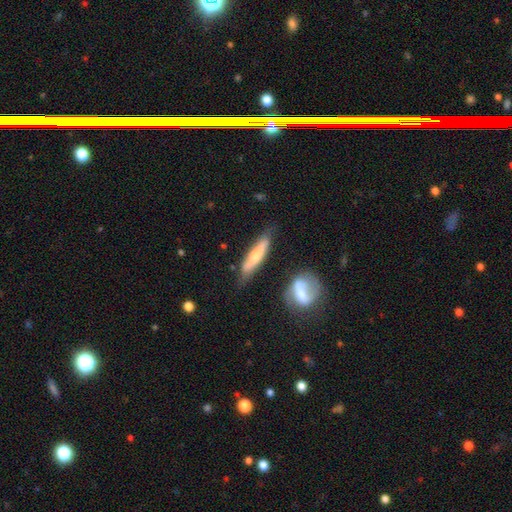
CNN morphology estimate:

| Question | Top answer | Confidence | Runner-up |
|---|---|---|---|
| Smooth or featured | smooth | 51% | featured or disk (43%) |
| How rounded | cigar-shaped | 83% | in between (15%) |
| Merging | none | 71% | minor disturbance (19%) |